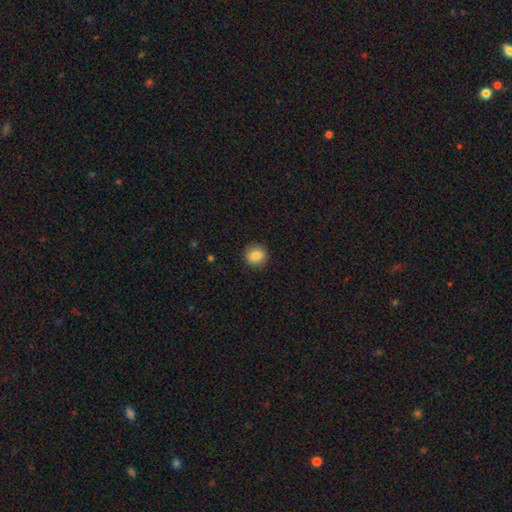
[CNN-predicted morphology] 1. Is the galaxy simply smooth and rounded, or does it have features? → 85% smooth, 9% star or artifact, 6% featured or disk.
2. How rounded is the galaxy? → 86% round, 13% in between, 1% cigar-shaped.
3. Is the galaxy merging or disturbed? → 90% none, 7% minor disturbance, 2% major disturbance, 1% merger.